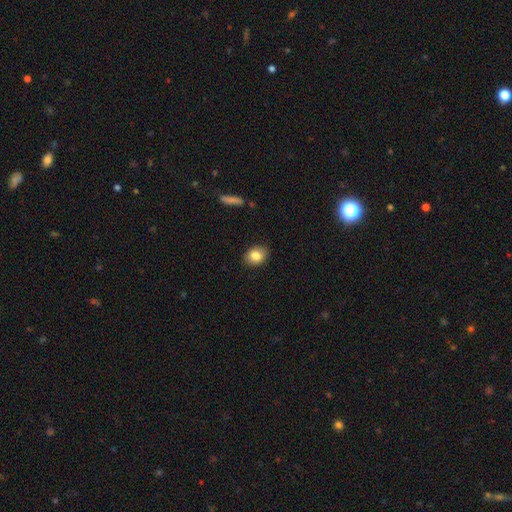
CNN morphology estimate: A smooth galaxy with no disk features (82%) that is in between round and cigar-shaped (56%).

Vote fractions:
- Smooth or featured? smooth: 82% / featured or disk: 9% / star or artifact: 9%
- How rounded? in between: 56% / round: 42% / cigar-shaped: 1%
- Merging? none: 87% / minor disturbance: 10% / major disturbance: 2% / merger: 1%